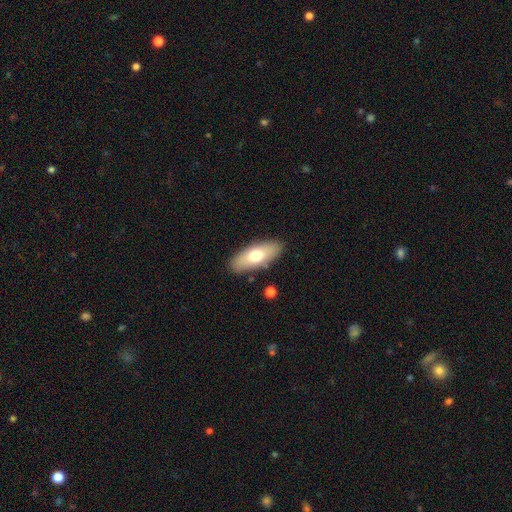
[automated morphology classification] type=smooth (69%); roundness=in between (78%); merging=none (86%).